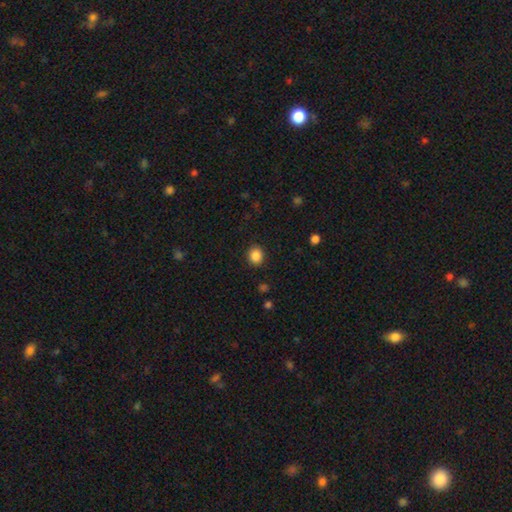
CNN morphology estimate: Smooth or featured? smooth (87%)
How rounded? round (71%)
Merging? none (90%)